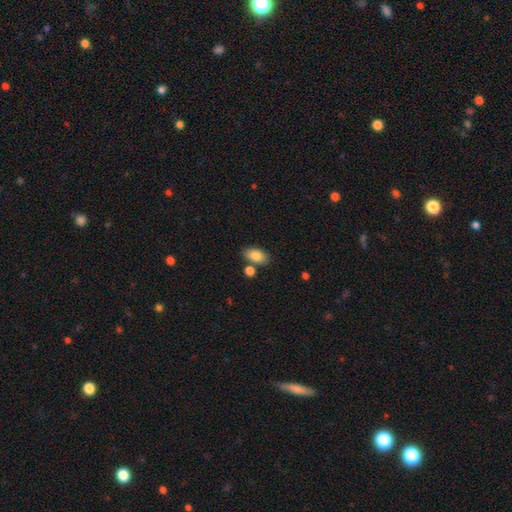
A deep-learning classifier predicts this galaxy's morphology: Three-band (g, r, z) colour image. It shows a smooth galaxy with no disk features (85%) that is in between round and cigar-shaped (92%). Merging: none (73%).